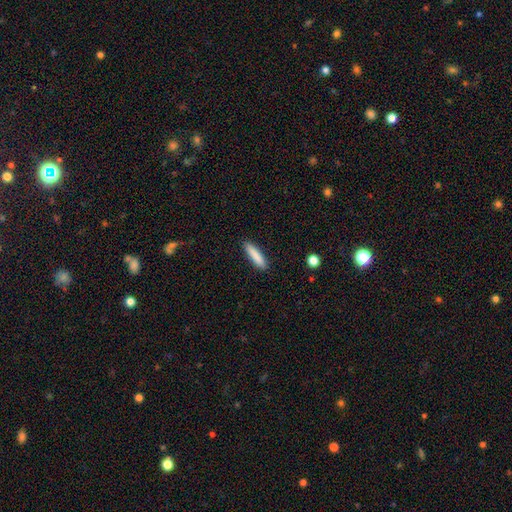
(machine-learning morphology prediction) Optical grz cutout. It shows a smooth galaxy with no disk features (86%) that is cigar-shaped (82%). Merging: none (88%).